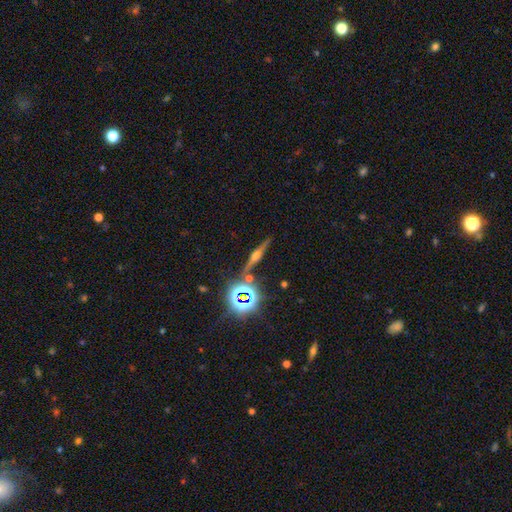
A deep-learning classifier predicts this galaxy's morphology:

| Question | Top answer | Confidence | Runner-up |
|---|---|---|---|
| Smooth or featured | featured or disk | 61% | star or artifact (23%) |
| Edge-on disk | yes | 94% | no (6%) |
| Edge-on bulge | rounded | 92% | boxy (5%) |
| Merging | none | 84% | minor disturbance (9%) |